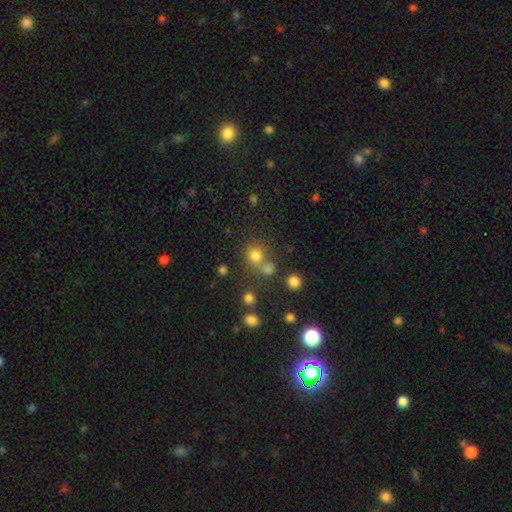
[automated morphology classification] A smooth galaxy with no disk features (75%) that is round (86%). Merging: none (60%).